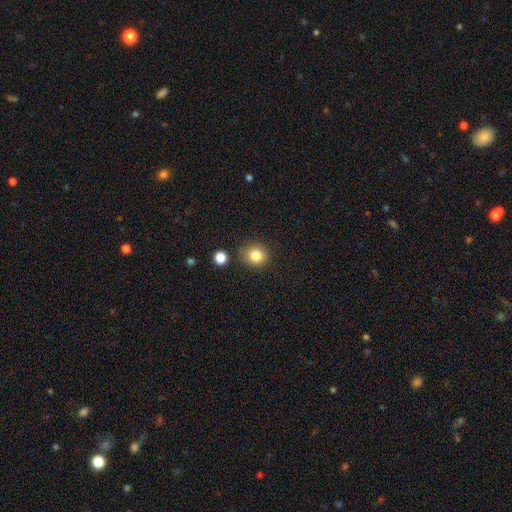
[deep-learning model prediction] A smooth galaxy with no disk features (83%) that is round (78%). Merging: none (81%).